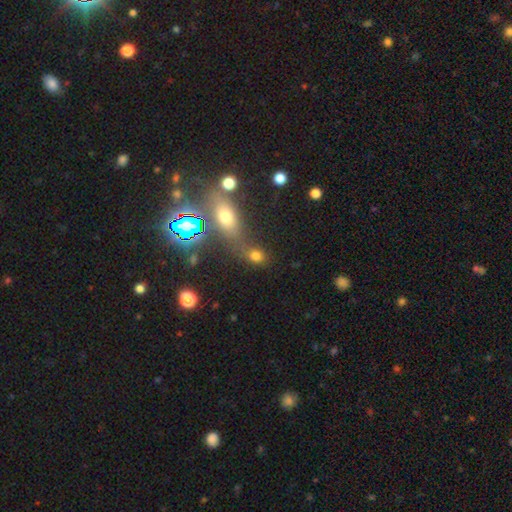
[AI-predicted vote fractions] Smooth or featured: smooth — 69% (star or artifact — 22%)
How rounded: round — 58% (in between — 39%)
Merging: none — 57% (merger — 23%)